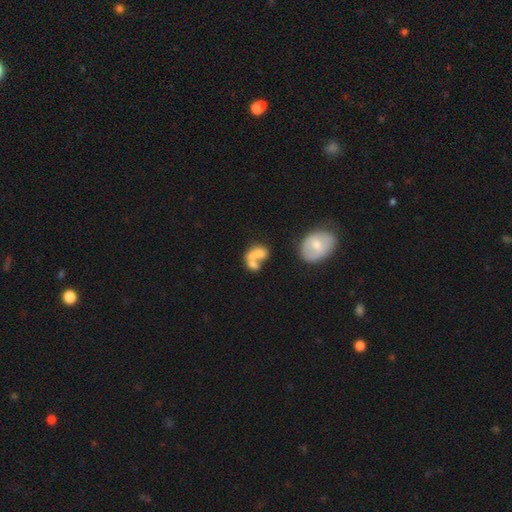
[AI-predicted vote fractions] Smooth or featured: smooth — 60% (featured or disk — 30%)
How rounded: in between — 69% (round — 28%)
Merging: merger — 63% (none — 18%)